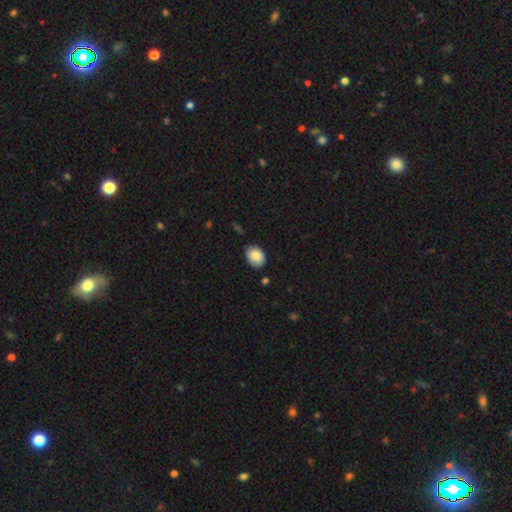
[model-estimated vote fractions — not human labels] Morphology: type=smooth (86%); roundness=in between (67%); merging=none (78%).